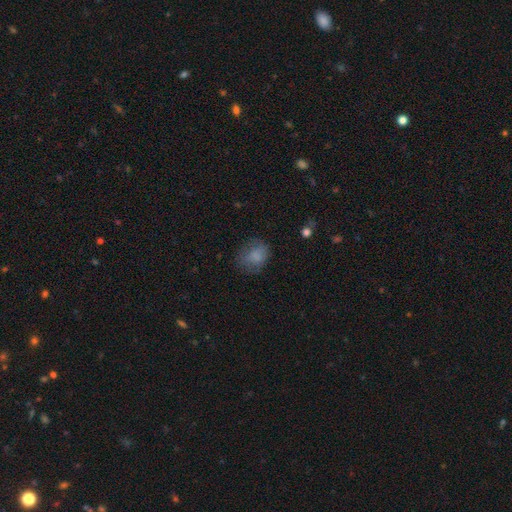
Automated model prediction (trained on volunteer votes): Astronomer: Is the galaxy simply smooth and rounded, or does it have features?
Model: smooth — 77%.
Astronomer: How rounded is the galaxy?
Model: in between — 51% (runner-up: round, 48%).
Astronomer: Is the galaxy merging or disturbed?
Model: none — 60%.